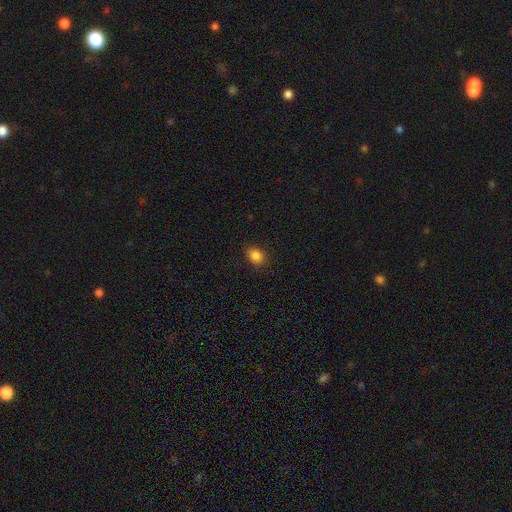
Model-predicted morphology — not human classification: Smooth or featured?
  - smooth: 85% *
  - star or artifact: 11%
  - featured or disk: 4%
How rounded?
  - in between: 57% *
  - round: 42%
  - cigar-shaped: 1%
Merging?
  - none: 85% *
  - minor disturbance: 11%
  - major disturbance: 3%
  - merger: 1%